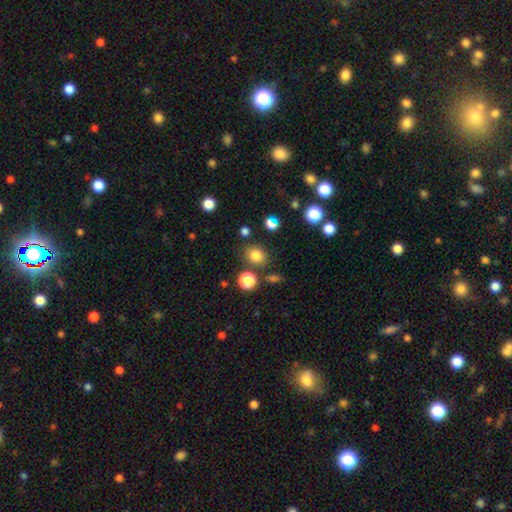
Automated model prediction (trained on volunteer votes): smooth_or_featured: smooth (p=0.79) [alt: star or artifact p=0.14]
how_rounded: round (p=0.69) [alt: in between p=0.30]
merging: none (p=0.80) [alt: minor disturbance p=0.10]